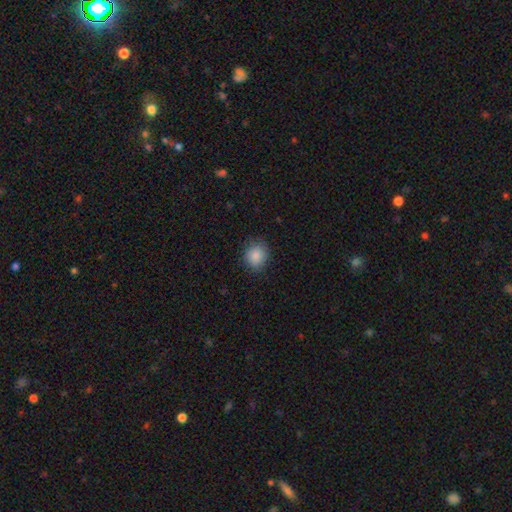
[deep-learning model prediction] The model was most divided on "how rounded": round: 78%, in between: 21%, cigar-shaped: 1%. More confident: smooth or featured — smooth (87%); merging — none (82%).